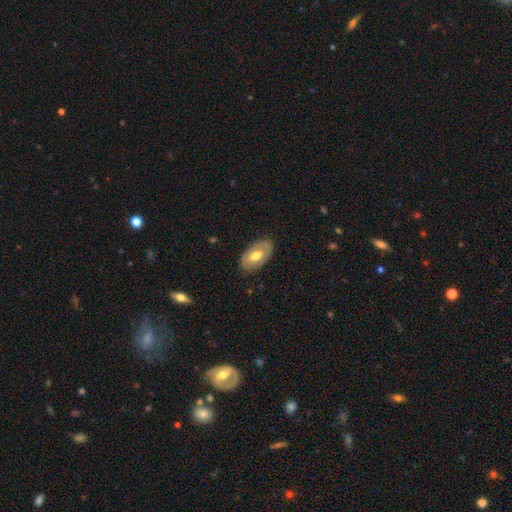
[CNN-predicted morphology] This is possibly a smooth galaxy (56%). How rounded: clearly in between (93%). Merging: clearly none (82%).